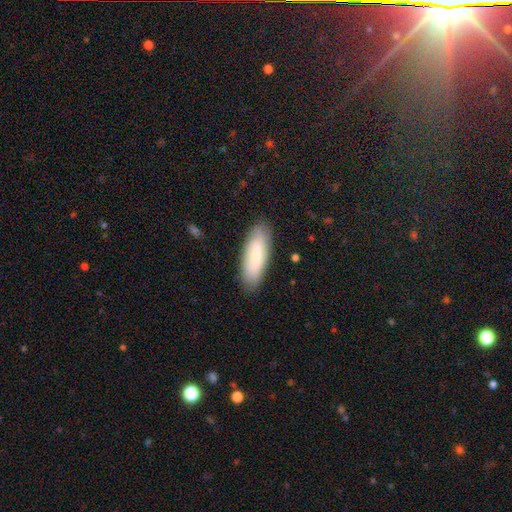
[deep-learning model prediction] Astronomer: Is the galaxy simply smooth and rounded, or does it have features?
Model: smooth — 64%.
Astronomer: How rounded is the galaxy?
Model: in between — 64%.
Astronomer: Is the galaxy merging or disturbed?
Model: none — 86%.